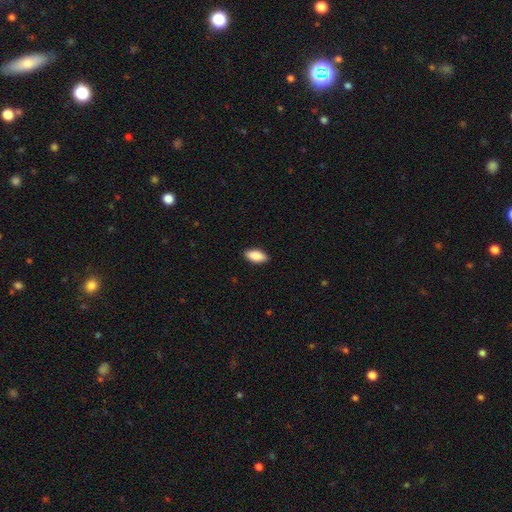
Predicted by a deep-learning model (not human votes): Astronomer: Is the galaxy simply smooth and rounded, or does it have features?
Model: smooth — 88%.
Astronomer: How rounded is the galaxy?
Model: in between — 88%.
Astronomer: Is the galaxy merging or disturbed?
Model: none — 89%.